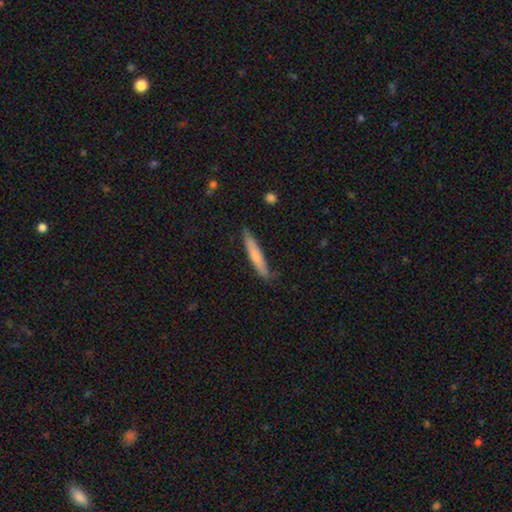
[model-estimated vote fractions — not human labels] Smooth or featured? smooth (68%)
How rounded? cigar-shaped (92%)
Merging? none (83%)